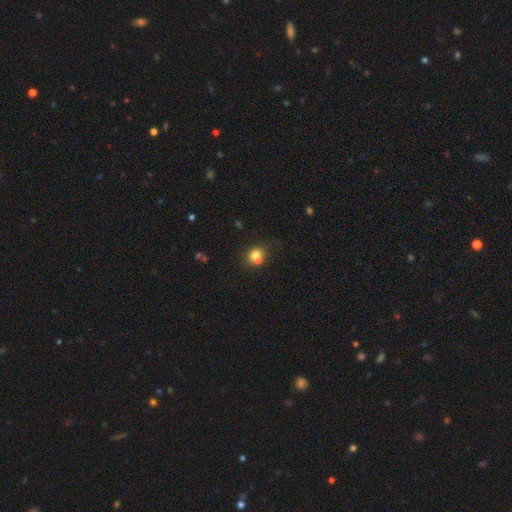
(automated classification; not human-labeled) Smooth or featured: smooth — 73% (featured or disk — 14%)
How rounded: round — 72% (in between — 27%)
Merging: none — 48% (merger — 36%)